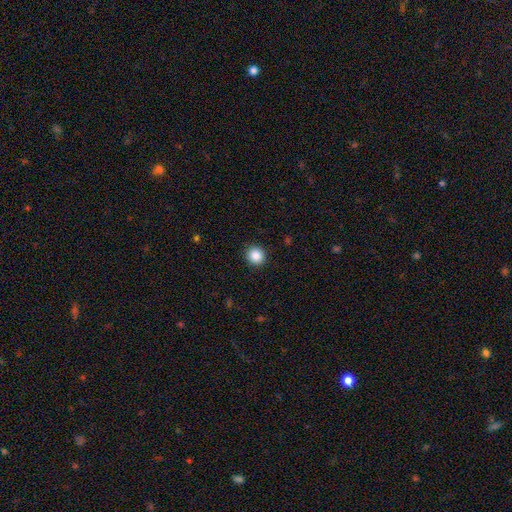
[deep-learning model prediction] A smooth galaxy with no disk features (87%) that is round (89%). Merging: none (92%).